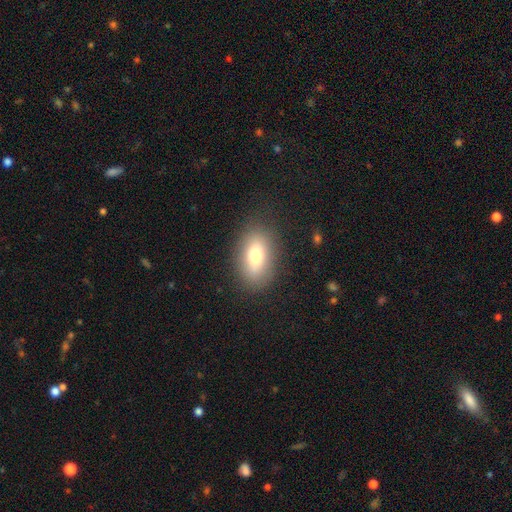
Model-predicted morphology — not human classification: Smooth or featured: smooth — 72% (featured or disk — 17%)
How rounded: in between — 83% (round — 15%)
Merging: none — 82% (minor disturbance — 11%)